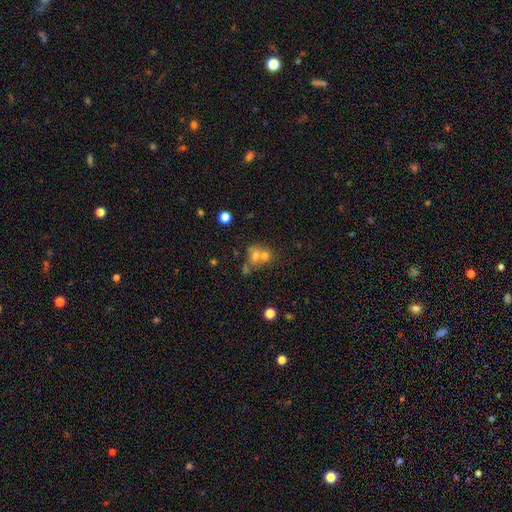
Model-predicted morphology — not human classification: This is possibly a smooth galaxy (51%). How rounded: likely round (73%). Merging: possibly merger (53%).